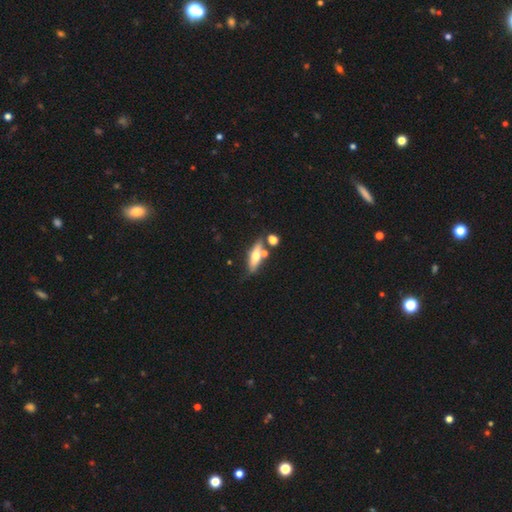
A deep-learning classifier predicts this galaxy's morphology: The model was most divided on "smooth or featured": featured or disk: 47%, smooth: 45%, star or artifact: 8%. More confident: merging — none (61%).